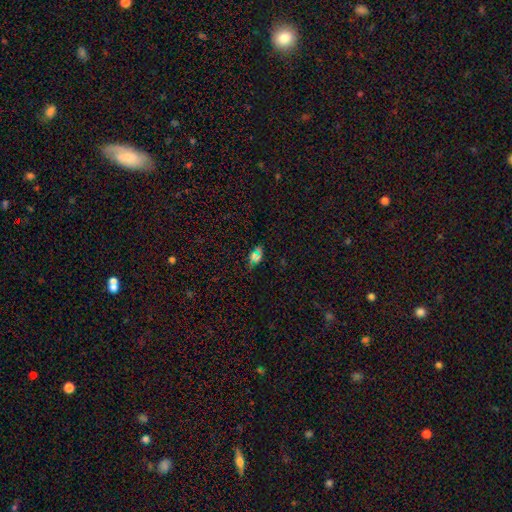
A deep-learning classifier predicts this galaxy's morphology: Overall: smooth (46%; star or artifact 37%). Merging: none (72%).